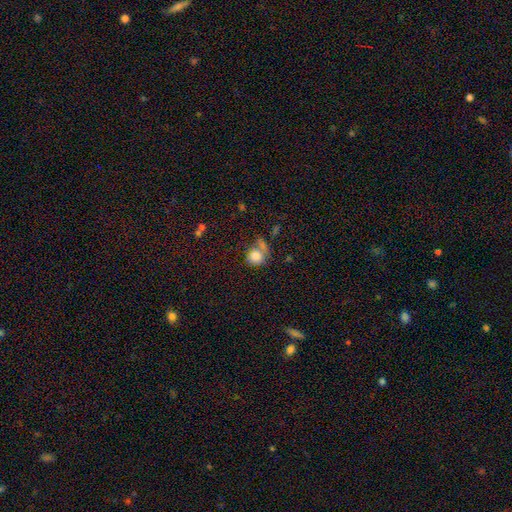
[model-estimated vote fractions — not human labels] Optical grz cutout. It shows a smooth galaxy with no disk features (79%) that is round (75%). Merging: none (41%).